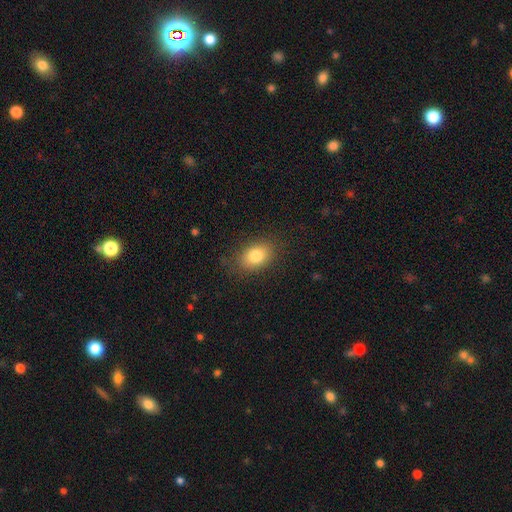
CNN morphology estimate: Smooth or featured: smooth — 82% (featured or disk — 9%)
How rounded: in between — 82% (round — 17%)
Merging: none — 82% (minor disturbance — 13%)